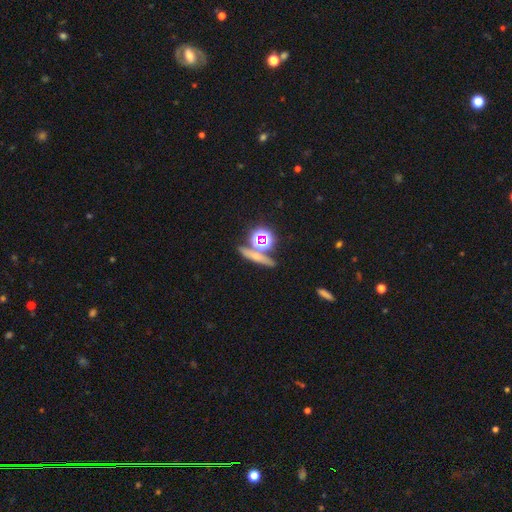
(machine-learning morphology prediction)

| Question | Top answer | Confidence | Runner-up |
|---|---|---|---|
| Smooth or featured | smooth | 49% | star or artifact (26%) |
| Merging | none | 71% | merger (16%) |